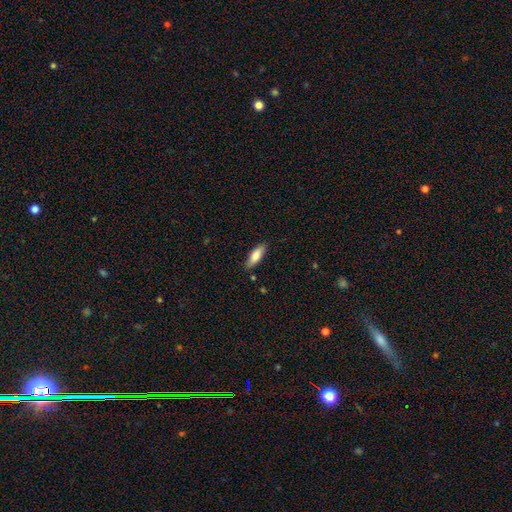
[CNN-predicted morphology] type=smooth (77%); roundness=in between (63%); merging=none (85%).